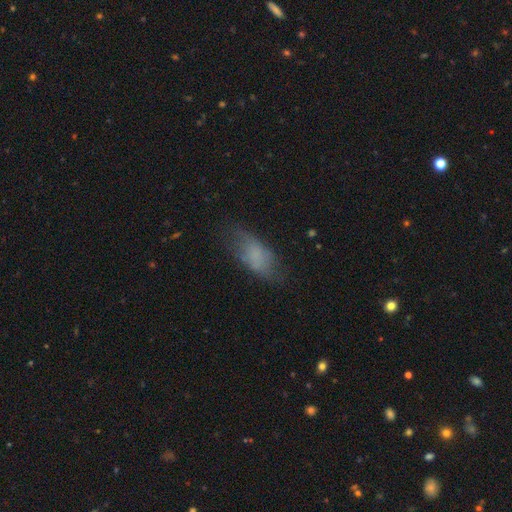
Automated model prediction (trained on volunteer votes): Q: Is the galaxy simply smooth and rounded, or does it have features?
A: smooth — 66%.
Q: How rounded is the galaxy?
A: in between — 82%.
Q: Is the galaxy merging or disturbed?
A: none — 58%.